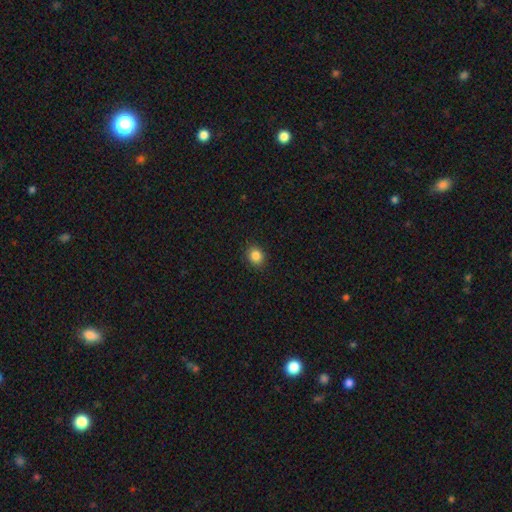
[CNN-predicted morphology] smooth 85%, star or artifact 11%, featured or disk 4%. Down the decision tree: how rounded — round (69%); merging — none (90%).